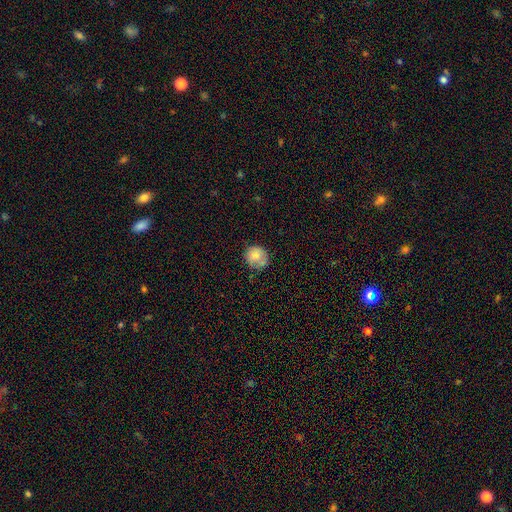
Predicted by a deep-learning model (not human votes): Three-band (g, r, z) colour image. It shows a smooth galaxy with no disk features (78%) that is round (87%). Merging: none (64%).